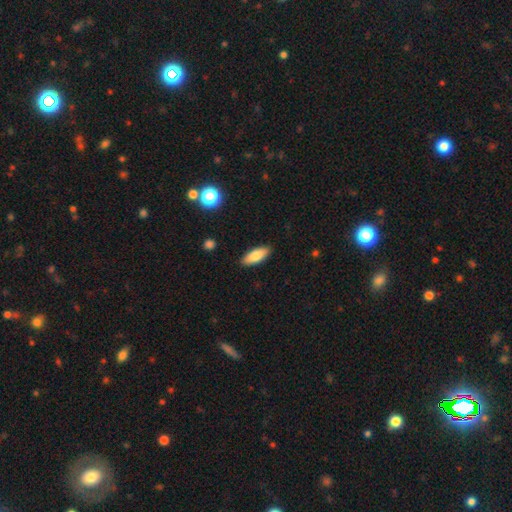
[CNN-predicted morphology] The model was most divided on "how rounded": in between: 72%, cigar-shaped: 26%, round: 2%. More confident: merging — none (89%); smooth or featured — smooth (81%).